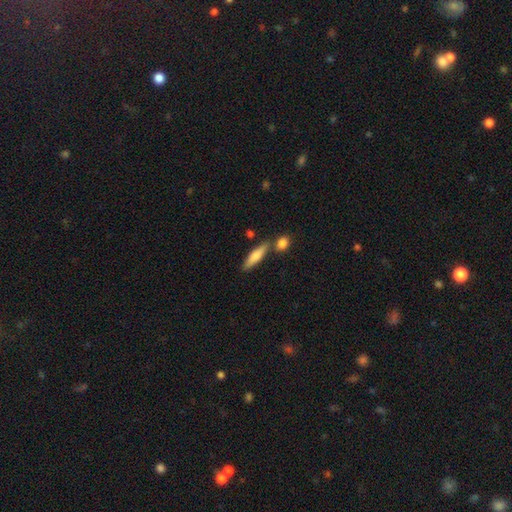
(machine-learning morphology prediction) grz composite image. It shows a smooth galaxy with no disk features (70%) that is cigar-shaped (72%). Merging: none (71%).